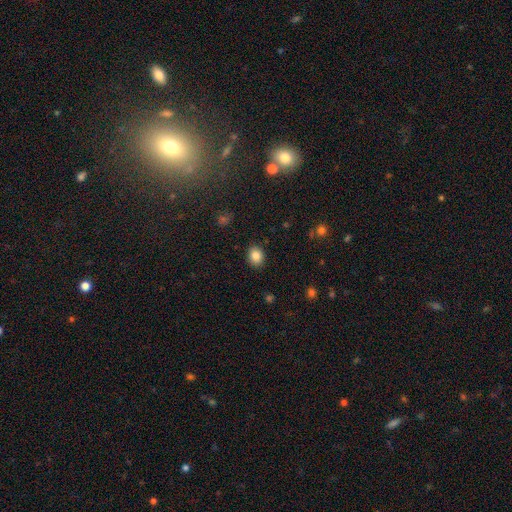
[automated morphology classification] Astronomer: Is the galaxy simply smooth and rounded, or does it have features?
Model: smooth — 85%.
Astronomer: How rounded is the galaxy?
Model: round — 50% (runner-up: in between, 49%).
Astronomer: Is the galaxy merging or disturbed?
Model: none — 90%.